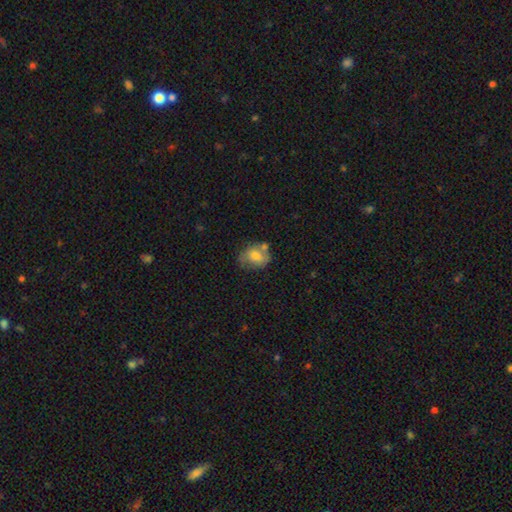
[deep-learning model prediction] Smooth or featured? smooth (61%)
How rounded? in between (53%)
Merging? none (49%)